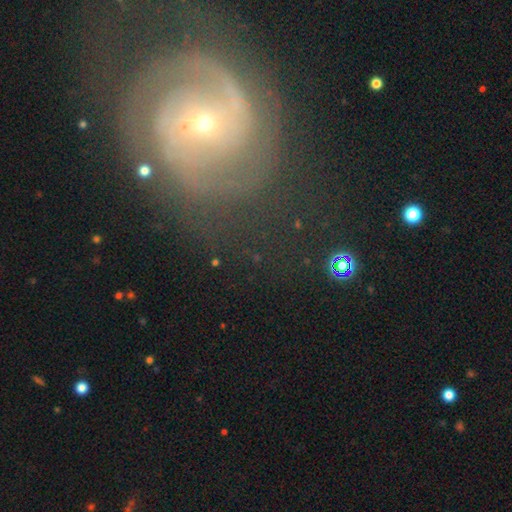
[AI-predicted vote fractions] A featured or disk galaxy (83%) with no bar (59%), 2 (63%) tight (52%) spiral arms (95%) and a small central bulge (81%). Merging: none (69%).